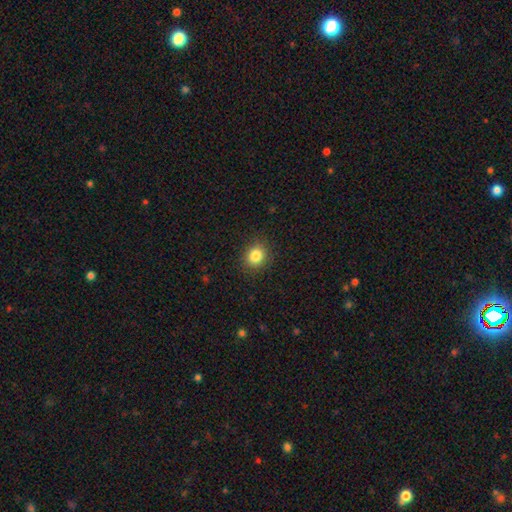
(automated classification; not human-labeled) smooth 84%, star or artifact 10%, featured or disk 5%. Down the decision tree: how rounded — round (70%); merging — none (88%).